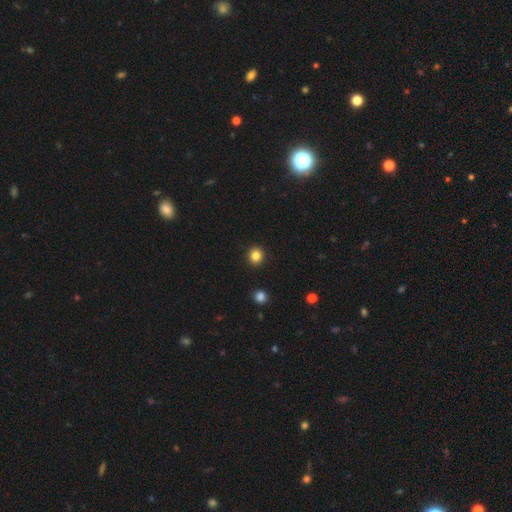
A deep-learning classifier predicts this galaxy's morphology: Smooth or featured?
  - smooth: 84% *
  - star or artifact: 12%
  - featured or disk: 5%
How rounded?
  - round: 88% *
  - in between: 11%
  - cigar-shaped: 1%
Merging?
  - none: 93% *
  - minor disturbance: 5%
  - major disturbance: 2%
  - merger: 1%